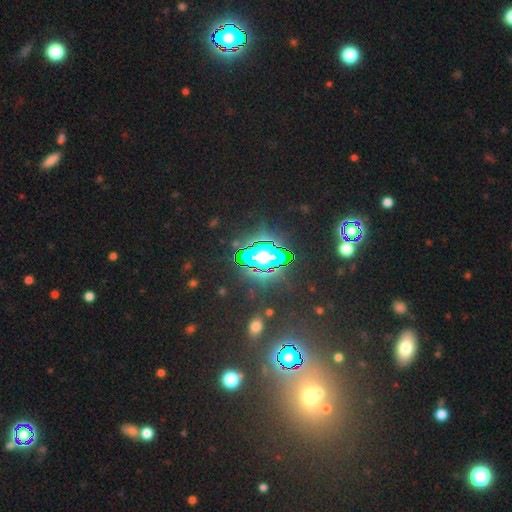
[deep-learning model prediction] Morphology: type=star or artifact (80%).